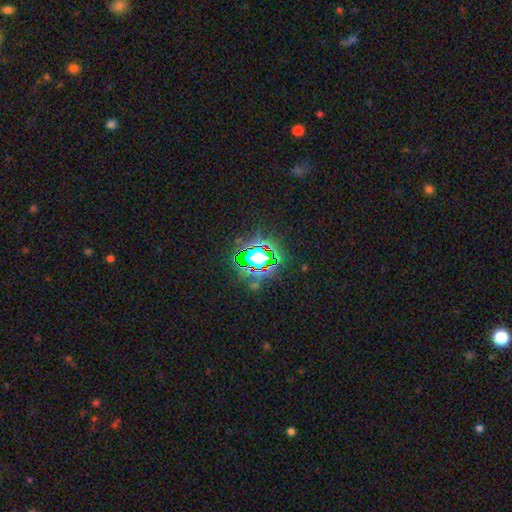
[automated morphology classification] This is likely a star or artifact rather than a galaxy (71%).